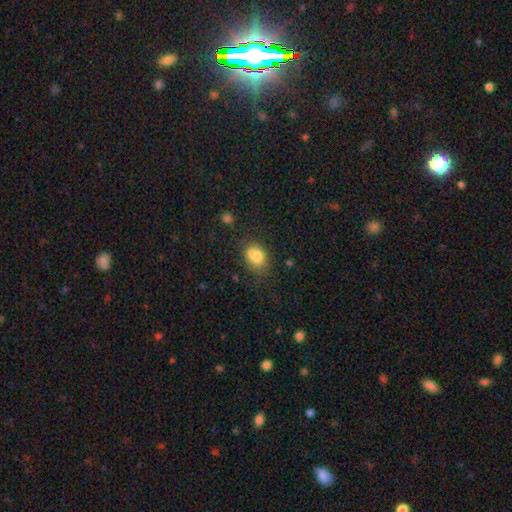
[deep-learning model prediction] This appears to be a smooth galaxy with no disk features (77%) that is in between round and cigar-shaped (66%). Merging: none (51%).